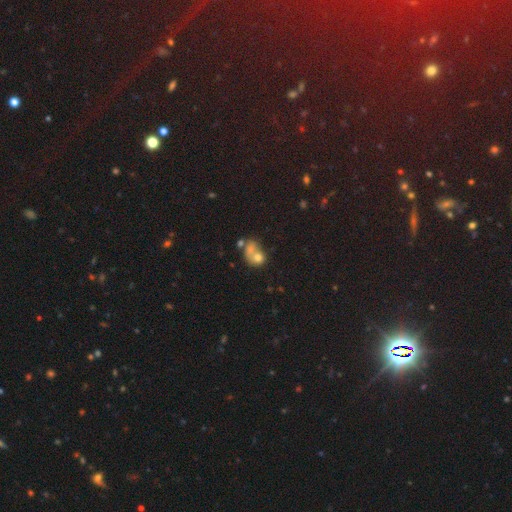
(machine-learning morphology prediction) Q: Smooth or featured?
A: smooth (66%); runner-up: featured or disk (22%)
Q: How rounded?
A: round (54%); runner-up: in between (45%)
Q: Merging?
A: merger (61%); runner-up: none (20%)